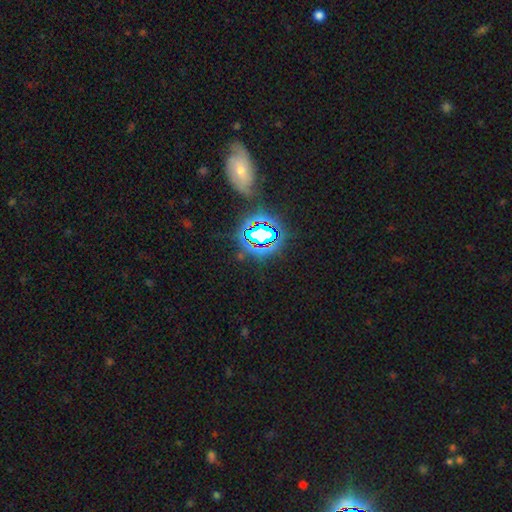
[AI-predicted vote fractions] star or artifact 57%, smooth 29%, featured or disk 14%.